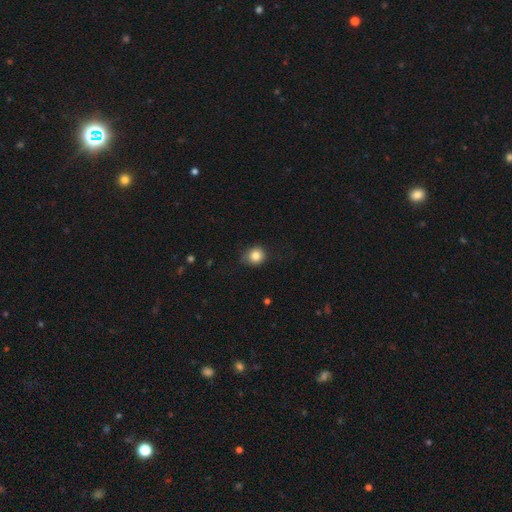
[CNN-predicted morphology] The model was most divided on "merging": none: 71%, minor disturbance: 23%, major disturbance: 5%, merger: 1%. More confident: smooth or featured — smooth (83%); how rounded — round (82%).